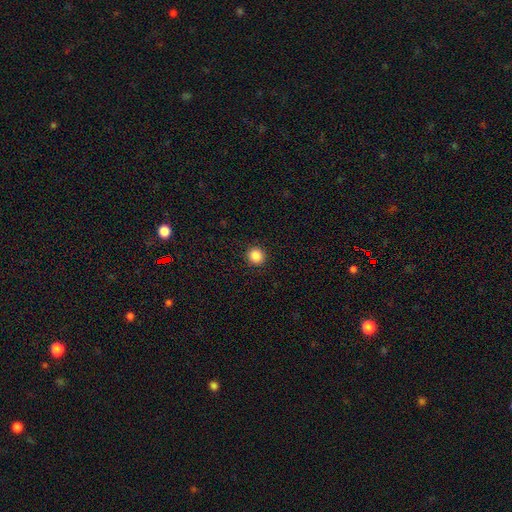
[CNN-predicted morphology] Smooth or featured?
  - smooth: 86% *
  - star or artifact: 10%
  - featured or disk: 4%
How rounded?
  - round: 92% *
  - in between: 7%
  - cigar-shaped: 1%
Merging?
  - none: 92% *
  - minor disturbance: 5%
  - major disturbance: 2%
  - merger: 1%